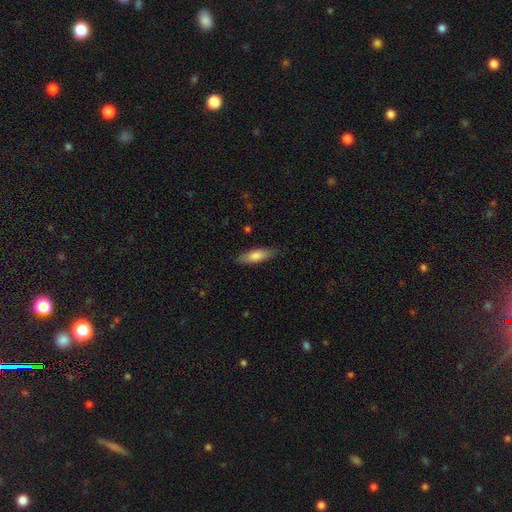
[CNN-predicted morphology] This is likely a smooth galaxy (78%). How rounded: possibly cigar-shaped (55%). Merging: clearly none (84%).